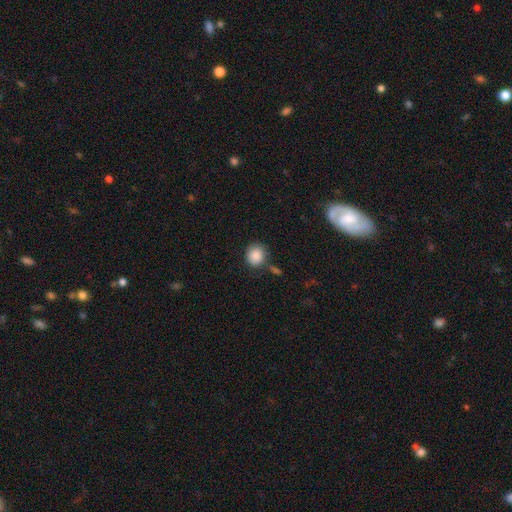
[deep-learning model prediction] Smooth or featured: smooth — 88% (star or artifact — 8%)
How rounded: round — 78% (in between — 21%)
Merging: none — 71% (minor disturbance — 16%)